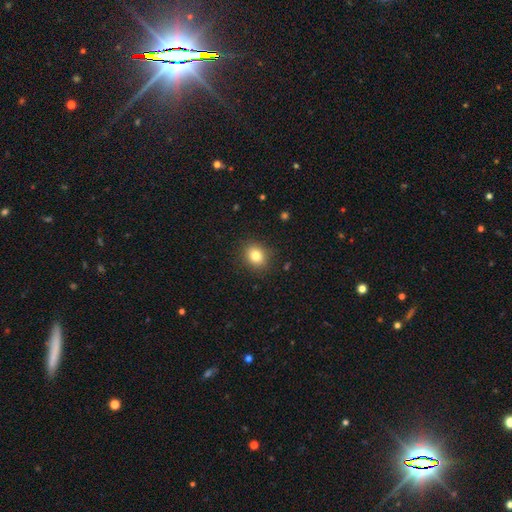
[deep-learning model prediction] smooth_or_featured: smooth (p=0.81) [alt: star or artifact p=0.11]
how_rounded: round (p=0.67) [alt: in between p=0.32]
merging: none (p=0.88) [alt: minor disturbance p=0.08]